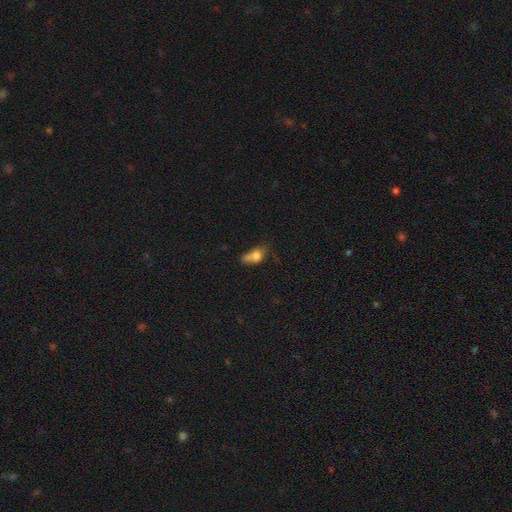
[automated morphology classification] Smooth or featured? smooth (70%)
How rounded? in between (69%)
Merging? none (28%)